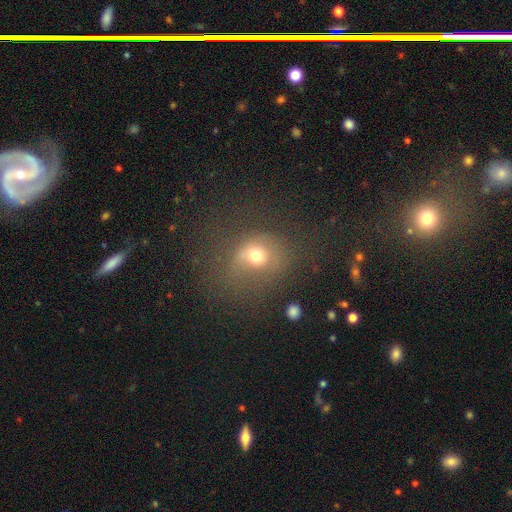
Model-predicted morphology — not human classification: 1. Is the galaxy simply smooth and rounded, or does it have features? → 66% smooth, 18% star or artifact, 17% featured or disk.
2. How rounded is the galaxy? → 67% round, 32% in between, 1% cigar-shaped.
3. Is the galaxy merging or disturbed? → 50% none, 24% major disturbance, 21% minor disturbance, 5% merger.